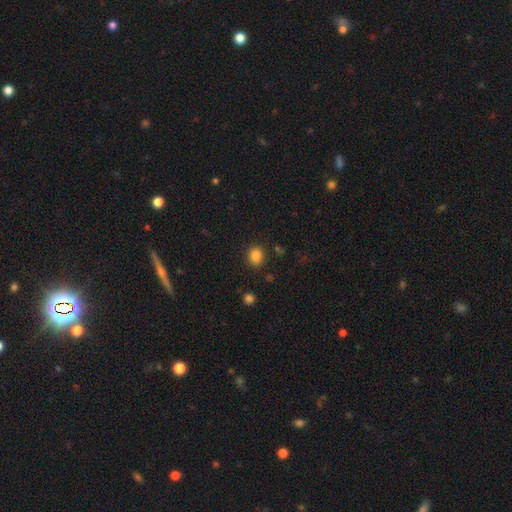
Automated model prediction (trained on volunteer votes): The model was most divided on "how rounded": round: 70%, in between: 29%, cigar-shaped: 1%. More confident: merging — none (88%); smooth or featured — smooth (84%).